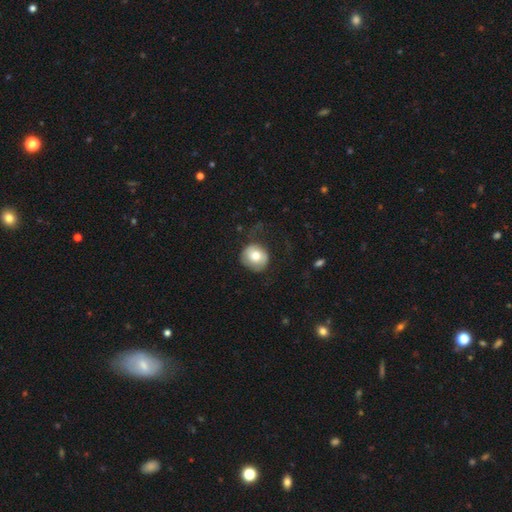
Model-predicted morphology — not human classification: Smooth or featured? smooth (72%)
How rounded? round (83%)
Merging? none (53%)